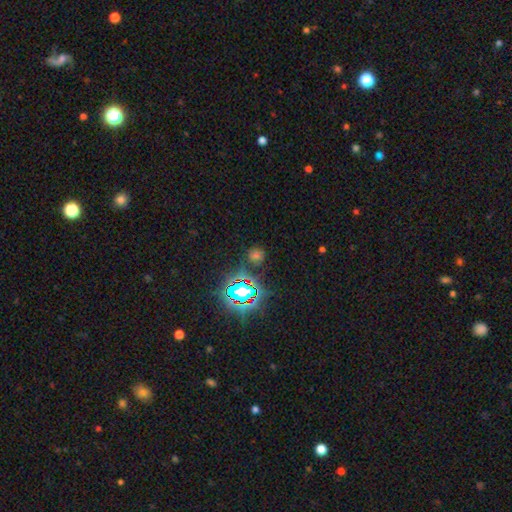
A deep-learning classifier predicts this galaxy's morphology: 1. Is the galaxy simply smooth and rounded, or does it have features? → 47% star or artifact, 45% smooth, 8% featured or disk.